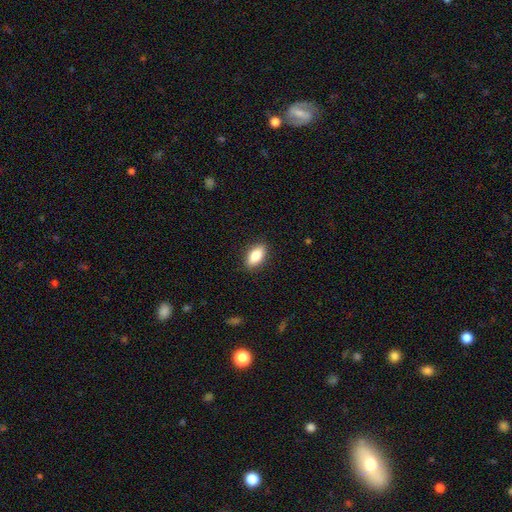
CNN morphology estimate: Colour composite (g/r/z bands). It shows a smooth galaxy with no disk features (81%) that is in between round and cigar-shaped (86%). Merging: none (88%).